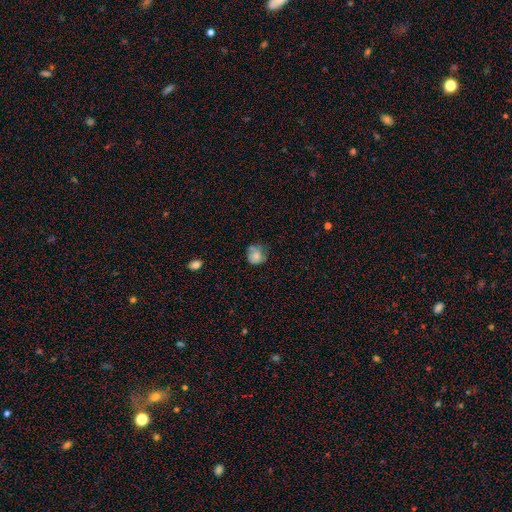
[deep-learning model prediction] Overall: smooth (71%). How rounded: round (76%). Merging: none (50%; minor disturbance 29%).